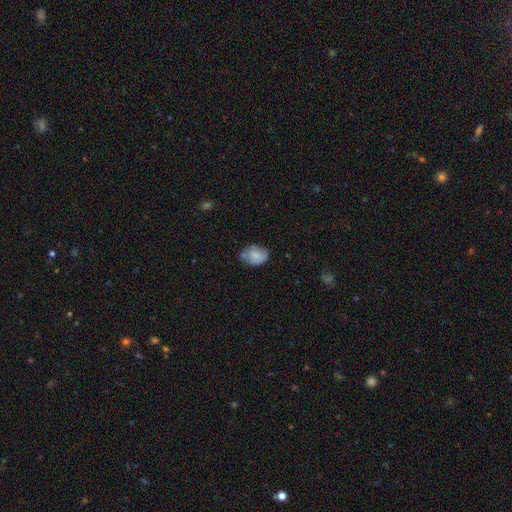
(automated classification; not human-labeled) Smooth or featured?
  - smooth: 71% *
  - featured or disk: 21%
  - star or artifact: 9%
How rounded?
  - in between: 64% *
  - round: 35%
  - cigar-shaped: 1%
Merging?
  - none: 47% *
  - minor disturbance: 33%
  - major disturbance: 10%
  - merger: 10%